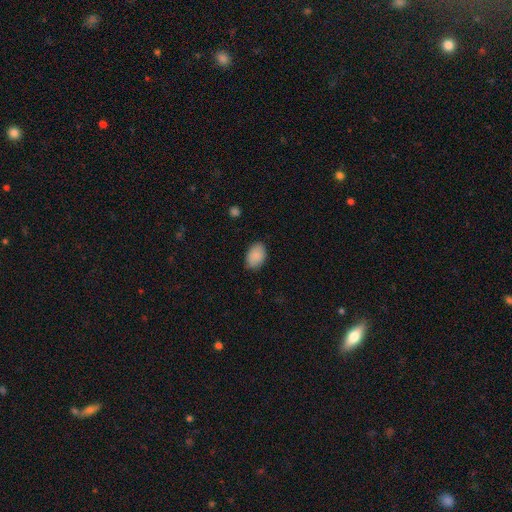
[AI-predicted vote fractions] Smooth or featured: smooth — 89% (star or artifact — 7%)
How rounded: in between — 85% (round — 14%)
Merging: none — 83% (minor disturbance — 13%)